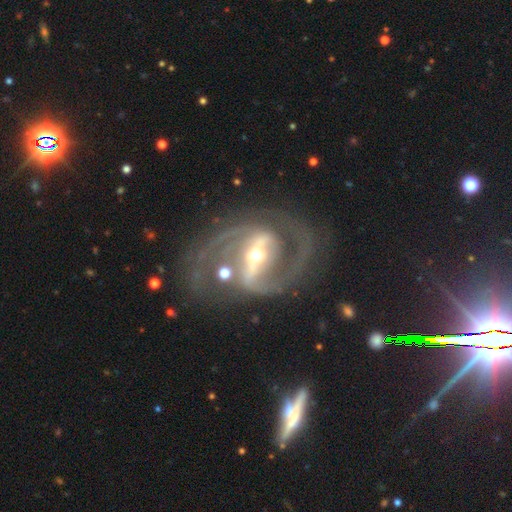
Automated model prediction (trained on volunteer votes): This is clearly a featured or disk galaxy (89%). It is clearly not viewed edge-on (95%). Bar: likely strong (70%). Spiral arm pattern: clearly yes (90%). Spiral arm count: clearly 2 (82%). Spiral winding: possibly medium (50%). Central bulge: possibly small (51%). Merging: likely none (61%).